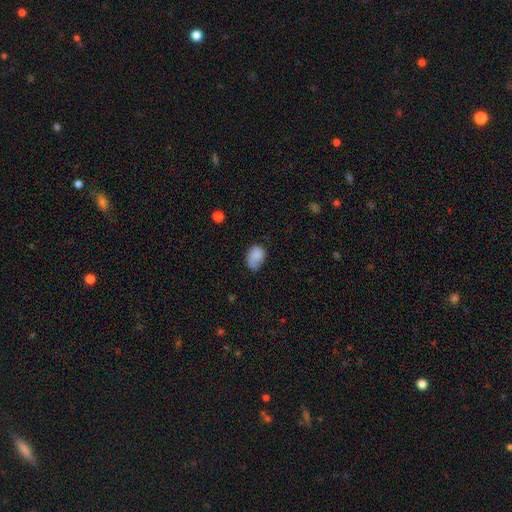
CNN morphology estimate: type=smooth (81%); roundness=in between (75%); merging=none (49%).